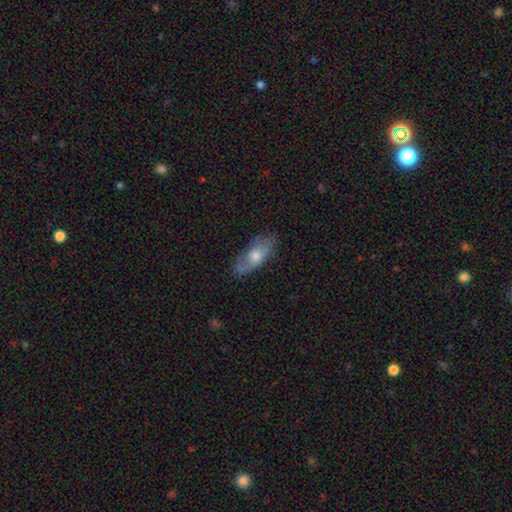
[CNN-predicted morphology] Smooth or featured? Predicted: smooth (p=0.56). How rounded? Predicted: in between (p=0.75). Merging? Predicted: none (p=0.76).